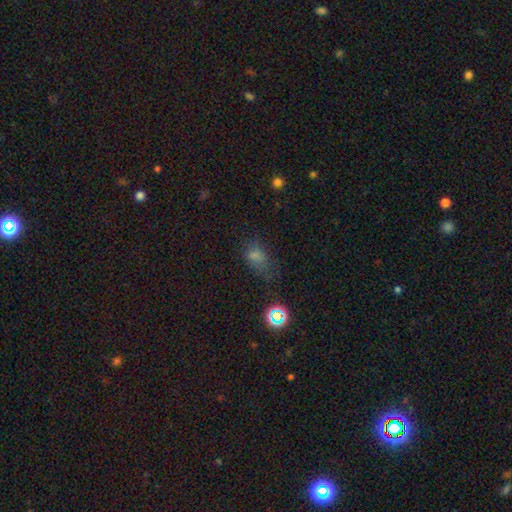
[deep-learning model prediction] smooth_or_featured: smooth (p=0.61) [alt: star or artifact p=0.29]
how_rounded: in between (p=0.69) [alt: round p=0.27]
merging: none (p=0.54) [alt: minor disturbance p=0.27]